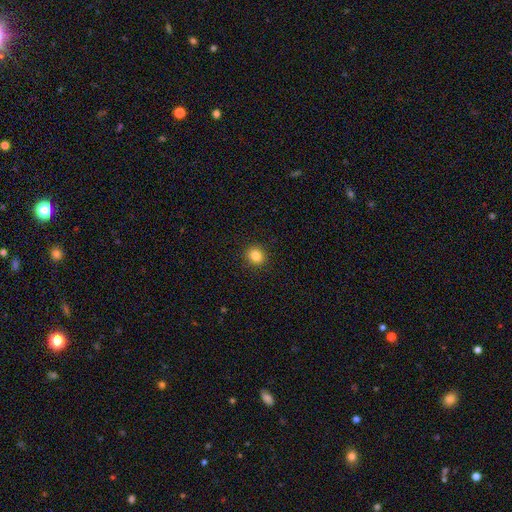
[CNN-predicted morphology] type=smooth (84%); roundness=round (85%); merging=none (92%).